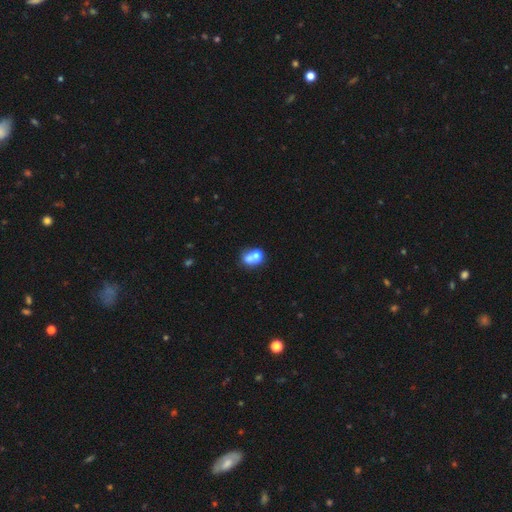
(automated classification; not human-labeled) smooth-or-featured: smooth: 66% | featured or disk: 24% | star or artifact: 10%
  how-rounded: in between: 50% | round: 49% | cigar-shaped: 2%
  merging: merger: 64% | none: 23% | minor disturbance: 8% | major disturbance: 5%